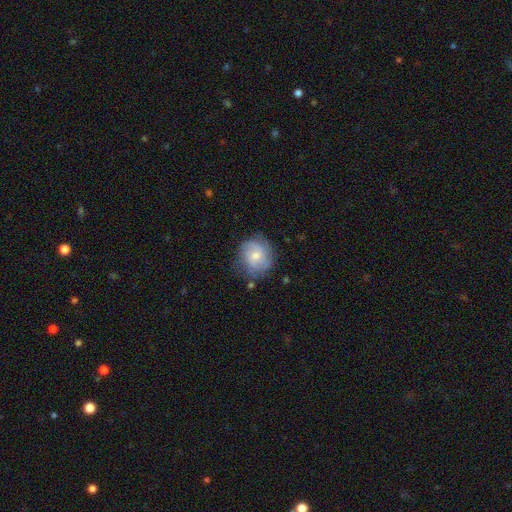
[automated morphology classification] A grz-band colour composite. It shows a featured or disk galaxy (51%). Merging: none (67%).